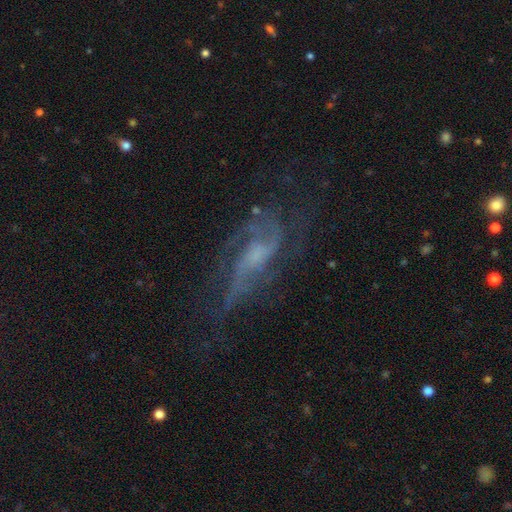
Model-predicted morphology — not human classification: Smooth or featured?
  - featured or disk: 78% *
  - smooth: 11%
  - star or artifact: 11%
Edge-on disk?
  - no: 89% *
  - yes: 11%
Bar?
  - no: 54% *
  - weak: 37%
  - strong: 9%
Spiral arms?
  - yes: 88% *
  - no: 12%
Spiral winding?
  - medium: 42% *
  - loose: 38%
  - tight: 20%
Spiral arm count?
  - 2: 45% *
  - can't tell: 26%
  - 3: 14%
  - 1: 6%
  - 4: 5%
  - more than 4: 4%
Bulge size?
  - small: 43% *
  - moderate: 29%
  - none: 22%
  - large: 4%
  - dominant: 1%
Merging?
  - none: 59% *
  - major disturbance: 19%
  - minor disturbance: 19%
  - merger: 3%